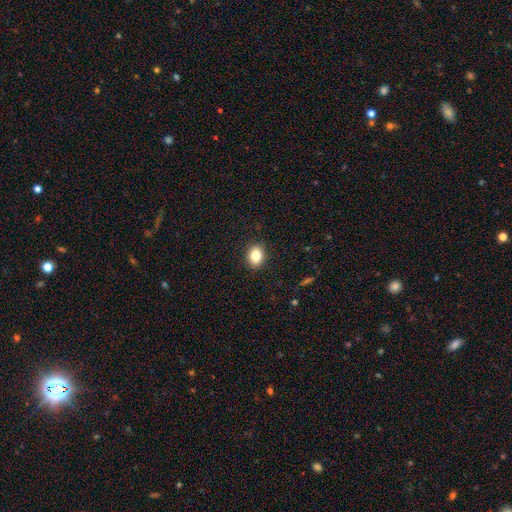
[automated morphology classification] This appears to be a smooth galaxy with no disk features (83%) that is in between round and cigar-shaped (59%). Merging: none (89%).